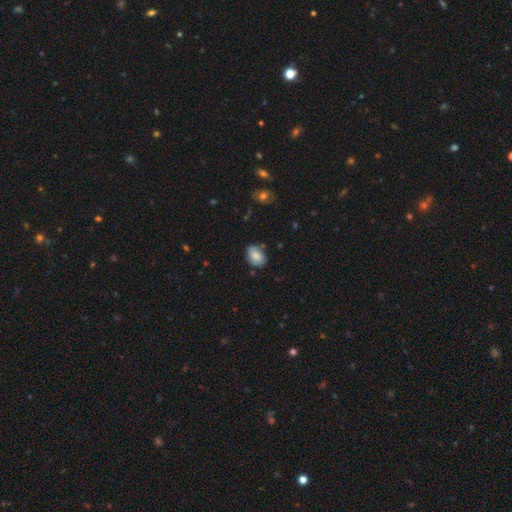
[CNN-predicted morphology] A smooth galaxy with no disk features (69%) that is in between round and cigar-shaped (75%). Merging: none (70%).